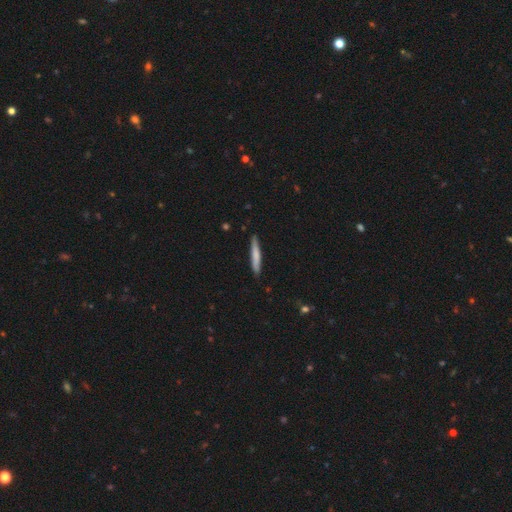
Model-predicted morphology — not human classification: smooth 71%, featured or disk 24%, star or artifact 5%. Down the decision tree: how rounded — cigar-shaped (95%); merging — none (88%).